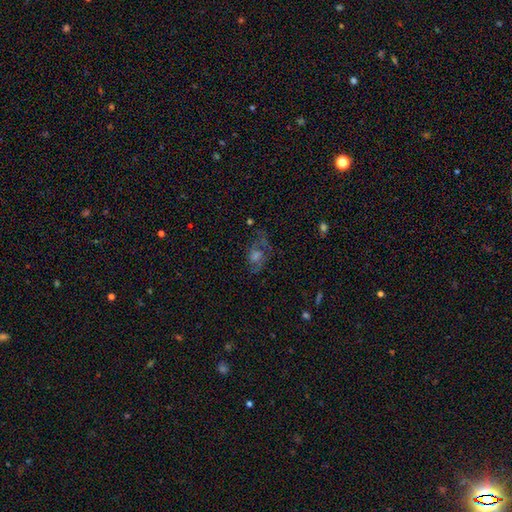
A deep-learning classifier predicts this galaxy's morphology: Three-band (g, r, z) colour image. It shows a featured or disk galaxy (48%). Merging: none (56%).